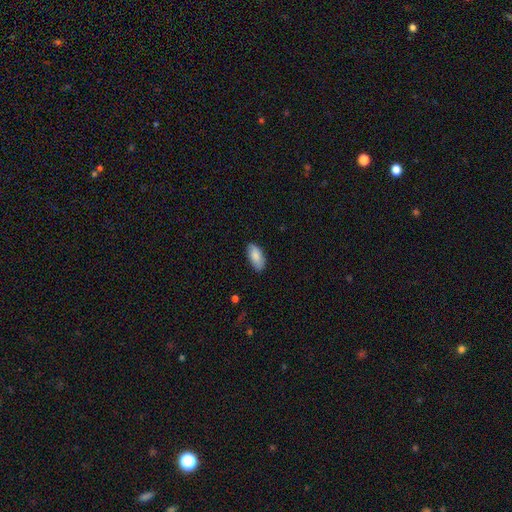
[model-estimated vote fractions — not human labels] smooth-or-featured: smooth: 85% | featured or disk: 9% | star or artifact: 6%
  how-rounded: in between: 93% | cigar-shaped: 5% | round: 2%
  merging: none: 83% | minor disturbance: 13% | major disturbance: 2% | merger: 1%